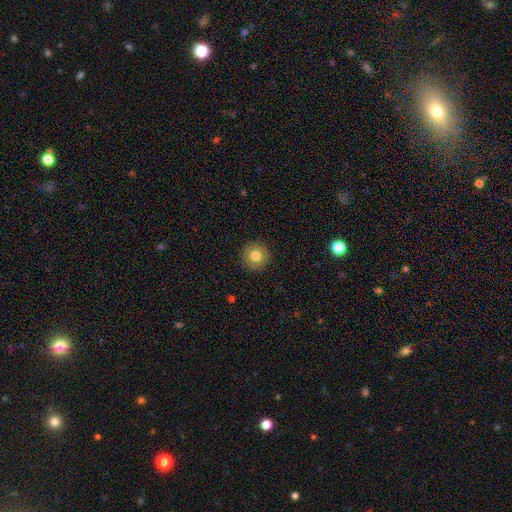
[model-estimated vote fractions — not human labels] The model was most divided on "smooth or featured": smooth: 80%, featured or disk: 10%, star or artifact: 10%. More confident: how rounded — round (95%); merging — none (91%).